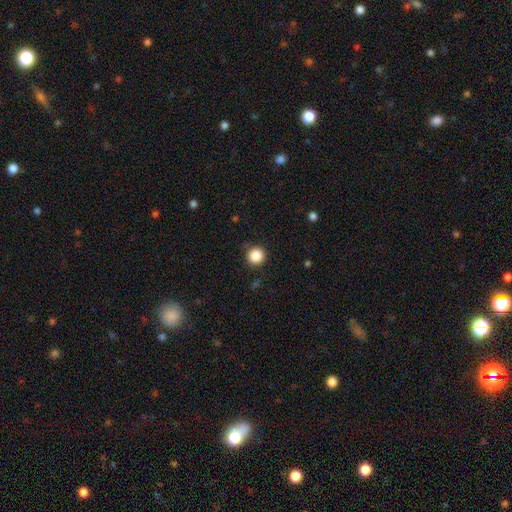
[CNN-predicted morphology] type=smooth (87%); roundness=round (95%); merging=none (89%).